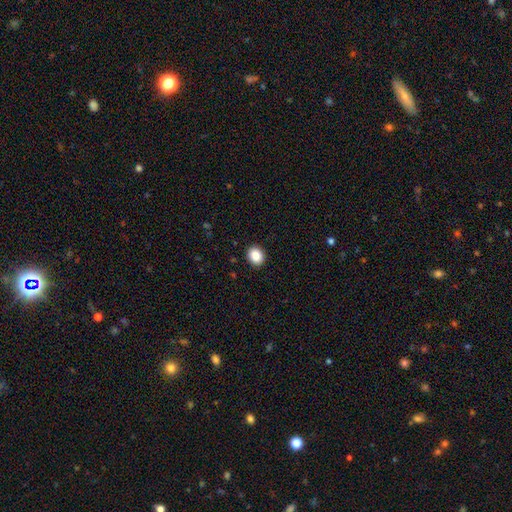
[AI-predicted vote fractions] Q: Smooth or featured?
A: smooth (88%); runner-up: star or artifact (9%)
Q: How rounded?
A: round (56%); runner-up: in between (43%)
Q: Merging?
A: none (91%); runner-up: minor disturbance (6%)